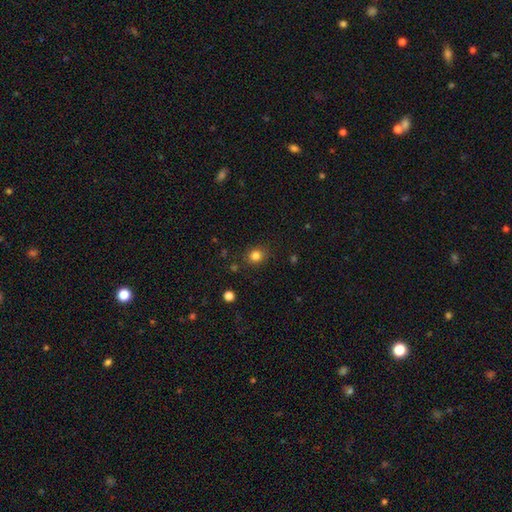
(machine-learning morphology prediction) This appears to be a smooth galaxy with no disk features (82%) that is round (74%). Merging: none (85%).